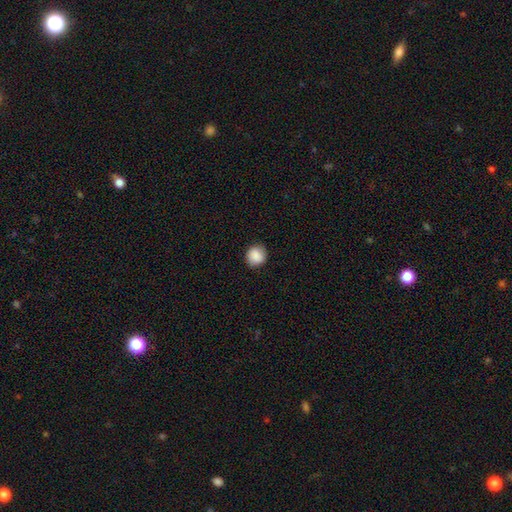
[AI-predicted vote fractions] smooth-or-featured: smooth: 88% | star or artifact: 8% | featured or disk: 4%
  how-rounded: round: 89% | in between: 10% | cigar-shaped: 1%
  merging: none: 89% | minor disturbance: 8% | major disturbance: 2% | merger: 1%